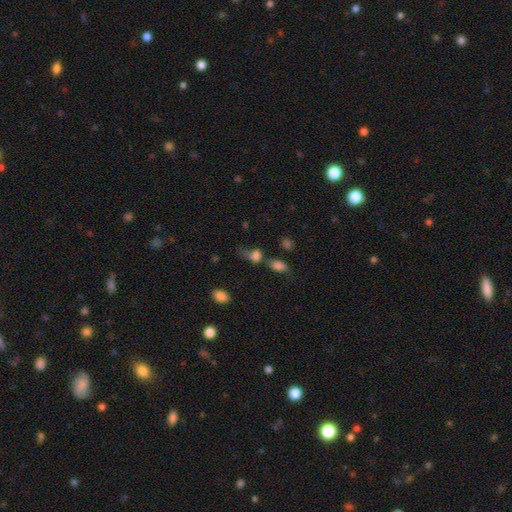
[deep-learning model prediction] This appears to be a smooth galaxy with no disk features (73%) that is in between round and cigar-shaped (66%). Merging: merger (28%, tied with none).